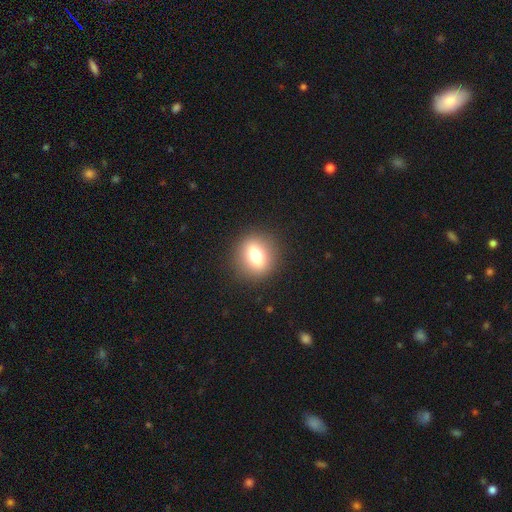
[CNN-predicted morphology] A smooth galaxy with no disk features (70%) that is round (72%).

Vote fractions:
- Smooth or featured? smooth: 70% / featured or disk: 19% / star or artifact: 11%
- How rounded? round: 72% / in between: 26% / cigar-shaped: 2%
- Merging? none: 89% / minor disturbance: 7% / major disturbance: 3% / merger: 1%